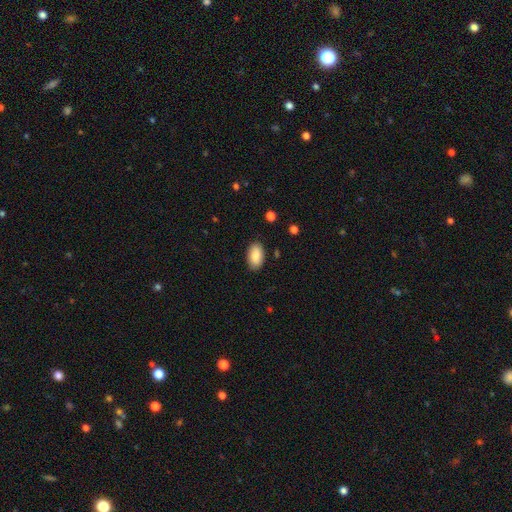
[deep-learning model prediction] smooth_or_featured: smooth (p=0.86) [alt: featured or disk p=0.07]
how_rounded: in between (p=0.94) [alt: round p=0.04]
merging: none (p=0.87) [alt: minor disturbance p=0.10]